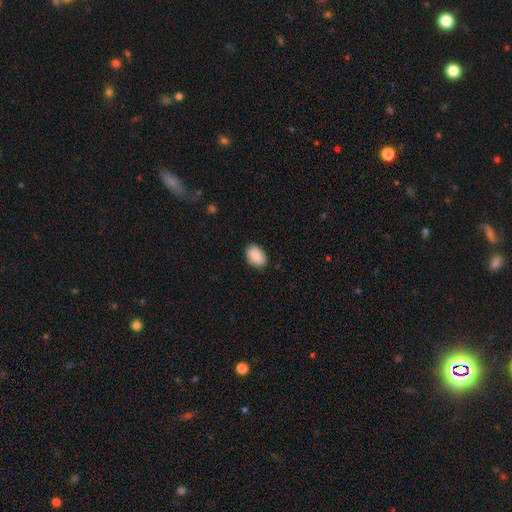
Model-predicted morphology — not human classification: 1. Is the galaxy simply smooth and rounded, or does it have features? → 90% smooth, 6% star or artifact, 4% featured or disk.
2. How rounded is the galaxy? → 88% in between, 11% round, 1% cigar-shaped.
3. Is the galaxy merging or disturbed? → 85% none, 12% minor disturbance, 2% major disturbance, 1% merger.